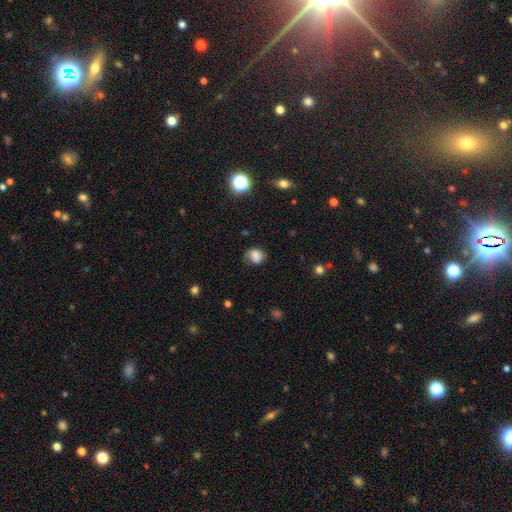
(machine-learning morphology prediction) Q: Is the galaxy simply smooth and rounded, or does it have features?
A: smooth — 75%.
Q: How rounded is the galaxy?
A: round — 59%.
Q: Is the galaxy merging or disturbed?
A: none — 60%.